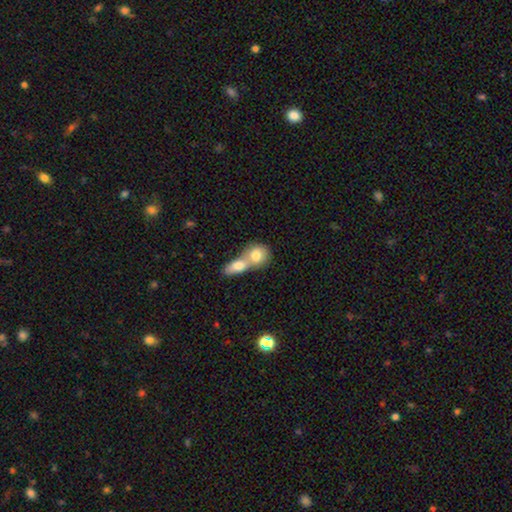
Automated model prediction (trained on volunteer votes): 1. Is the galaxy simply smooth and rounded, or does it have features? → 76% smooth, 17% featured or disk, 7% star or artifact.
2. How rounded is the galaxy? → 59% round, 38% in between, 3% cigar-shaped.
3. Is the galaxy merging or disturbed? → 73% merger, 20% none, 5% minor disturbance, 2% major disturbance.